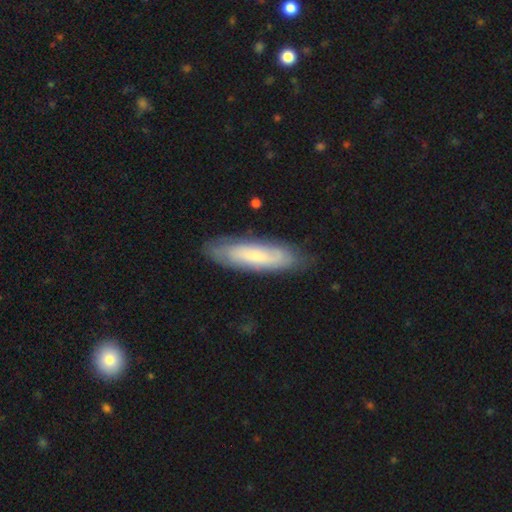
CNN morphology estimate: smooth-or-featured: smooth: 51% | featured or disk: 43% | star or artifact: 6%
  how-rounded: cigar-shaped: 61% | in between: 38% | round: 2%
  merging: none: 80% | minor disturbance: 15% | major disturbance: 3% | merger: 1%